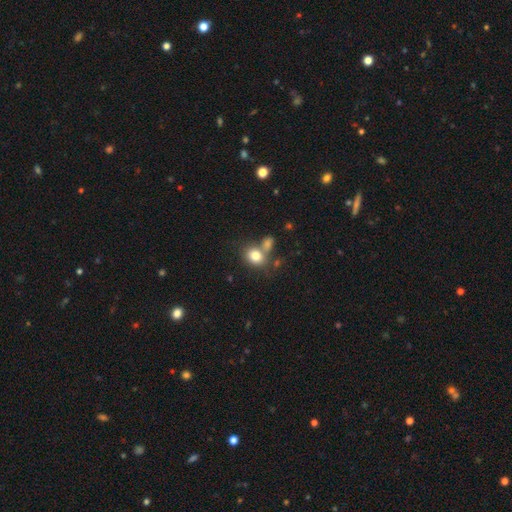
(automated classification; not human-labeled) The model was most divided on "how rounded": in between: 50%, round: 49%, cigar-shaped: 1%. More confident: smooth or featured — smooth (80%); merging — none (50%).